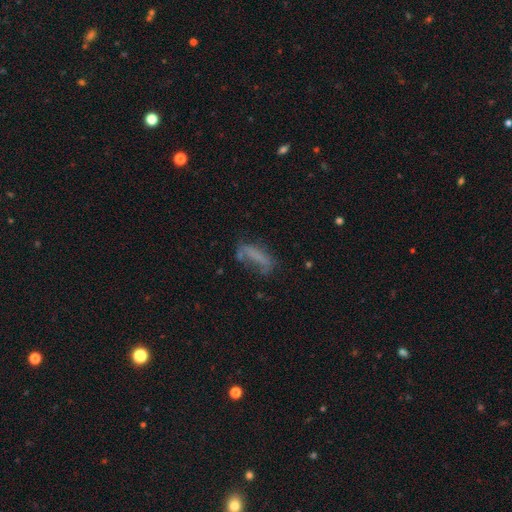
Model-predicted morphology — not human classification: Smooth or featured? Predicted: smooth (p=0.56). How rounded? Predicted: cigar-shaped (p=0.51). Merging? Predicted: none (p=0.42).